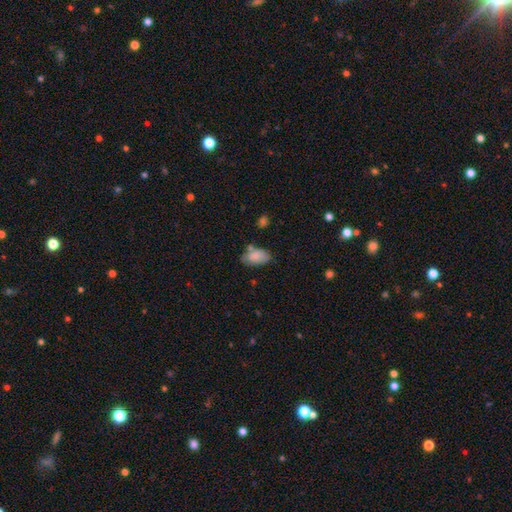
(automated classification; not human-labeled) Smooth or featured? Predicted: smooth (p=0.82). How rounded? Predicted: in between (p=0.92). Merging? Predicted: none (p=0.55).